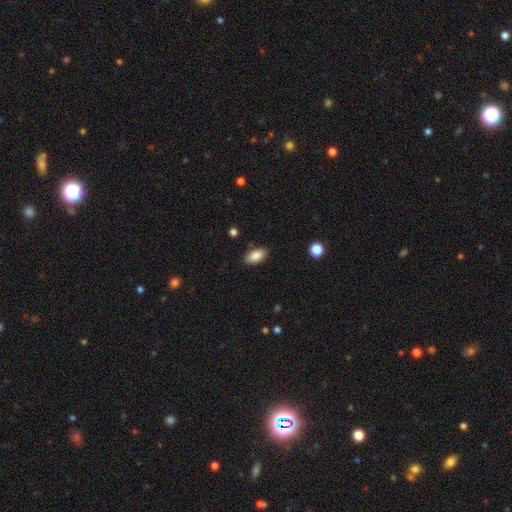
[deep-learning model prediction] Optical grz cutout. It shows a smooth galaxy with no disk features (88%) that is in between round and cigar-shaped (93%). Merging: none (87%).